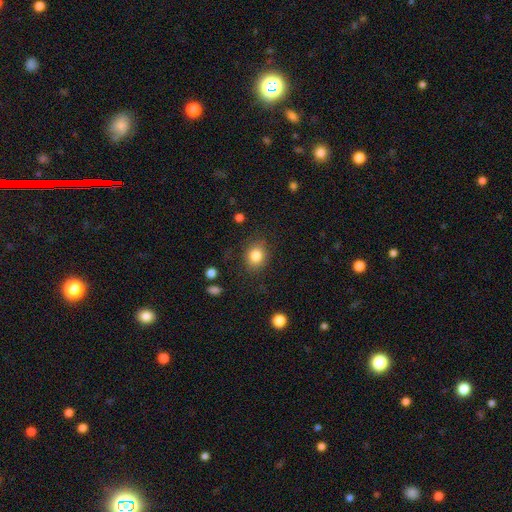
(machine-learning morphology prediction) Q: Smooth or featured?
A: smooth (83%); runner-up: star or artifact (10%)
Q: How rounded?
A: round (63%); runner-up: in between (36%)
Q: Merging?
A: none (83%); runner-up: minor disturbance (12%)